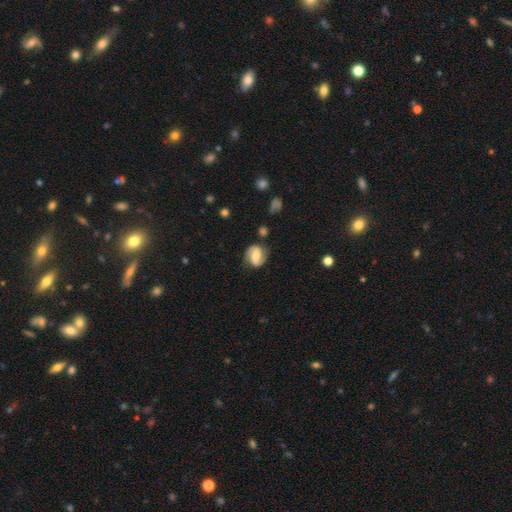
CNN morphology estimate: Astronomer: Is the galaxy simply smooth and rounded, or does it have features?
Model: featured or disk — 77%.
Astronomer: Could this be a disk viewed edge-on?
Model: no — 97%.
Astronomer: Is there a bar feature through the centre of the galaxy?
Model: weak — 43% (runner-up: strong, 31%).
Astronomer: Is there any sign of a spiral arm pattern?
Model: yes — 94%.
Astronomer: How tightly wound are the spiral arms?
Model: medium — 45% (runner-up: loose, 34%).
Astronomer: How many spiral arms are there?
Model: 2 — 91%.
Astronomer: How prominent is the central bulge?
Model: moderate — 51% (runner-up: small, 27%).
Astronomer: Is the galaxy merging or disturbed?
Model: none — 79%.